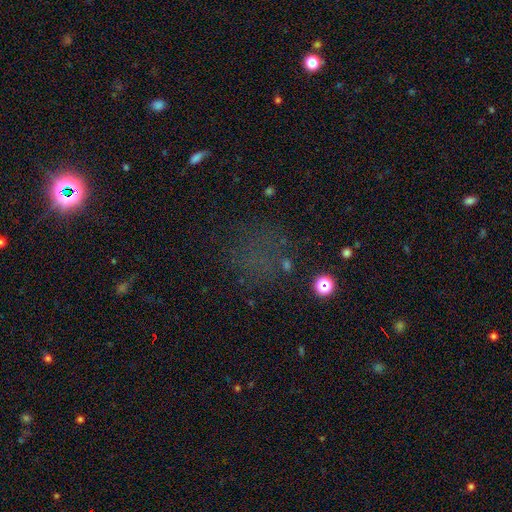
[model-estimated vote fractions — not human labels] smooth-or-featured: star or artifact: 50% | smooth: 37% | featured or disk: 13%